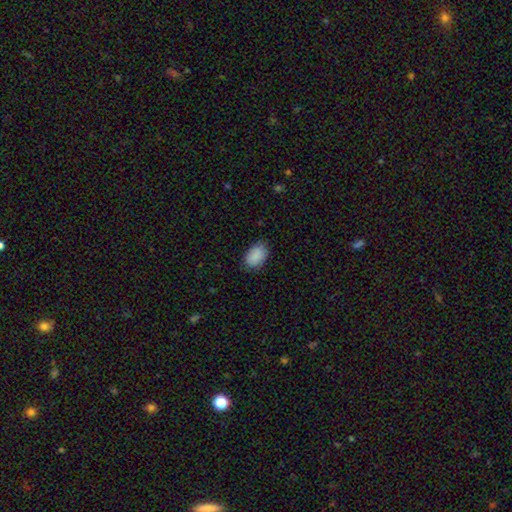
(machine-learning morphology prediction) Overall: smooth (89%). How rounded: in between (89%). Merging: none (78%).